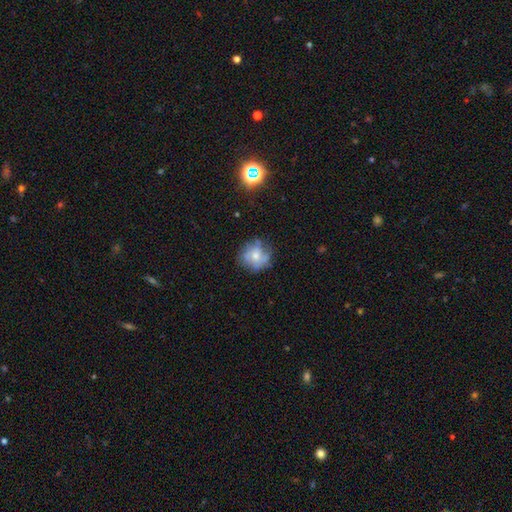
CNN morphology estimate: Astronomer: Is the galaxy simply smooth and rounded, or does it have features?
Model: smooth — 48% (runner-up: featured or disk, 41%).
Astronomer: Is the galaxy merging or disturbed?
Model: none — 63%.